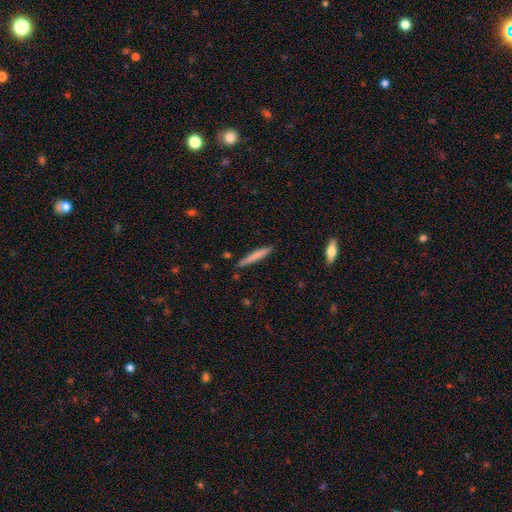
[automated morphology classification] Q: Smooth or featured?
A: smooth (71%); runner-up: featured or disk (23%)
Q: How rounded?
A: cigar-shaped (95%); runner-up: in between (4%)
Q: Merging?
A: none (85%); runner-up: minor disturbance (11%)